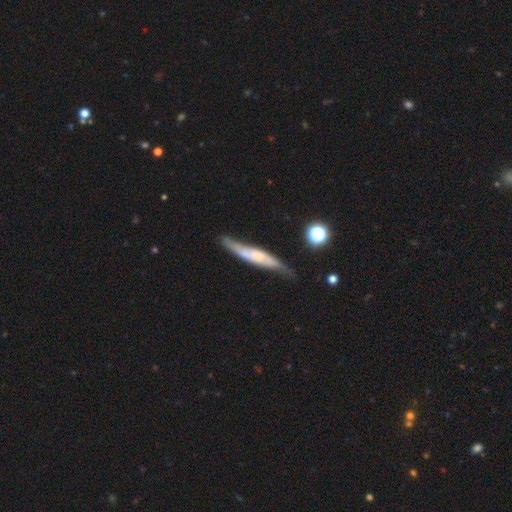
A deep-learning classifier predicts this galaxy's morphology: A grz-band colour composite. It shows a featured or disk galaxy (58%) viewed edge-on (72%). Merging: none (66%).